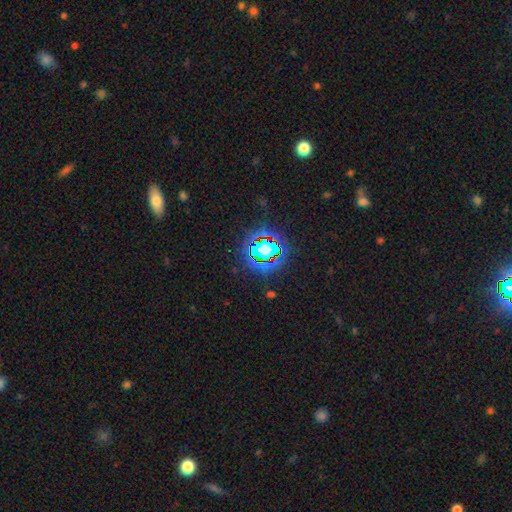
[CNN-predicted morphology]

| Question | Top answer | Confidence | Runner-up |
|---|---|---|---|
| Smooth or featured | star or artifact | 75% | smooth (16%) |